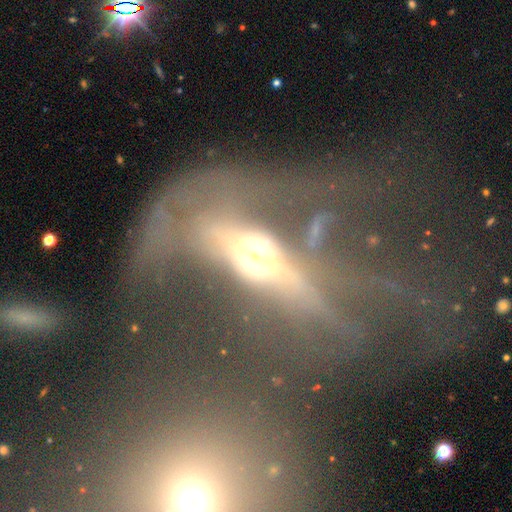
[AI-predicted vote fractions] Smooth or featured? featured or disk (76%)
Edge-on disk? no (54%)
Merging? major disturbance (46%)